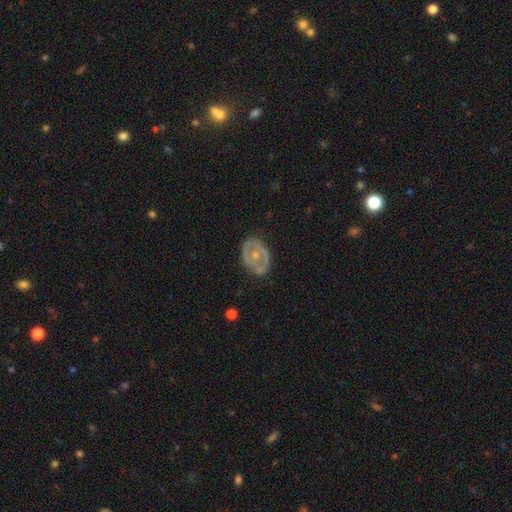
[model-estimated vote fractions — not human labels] Smooth or featured: featured or disk — 64% (smooth — 30%)
Edge-on disk: no — 94% (yes — 6%)
Bar: no — 78% (weak — 17%)
Spiral arms: no — 72% (yes — 28%)
Bulge size: moderate — 51% (small — 43%)
Merging: none — 75% (minor disturbance — 18%)